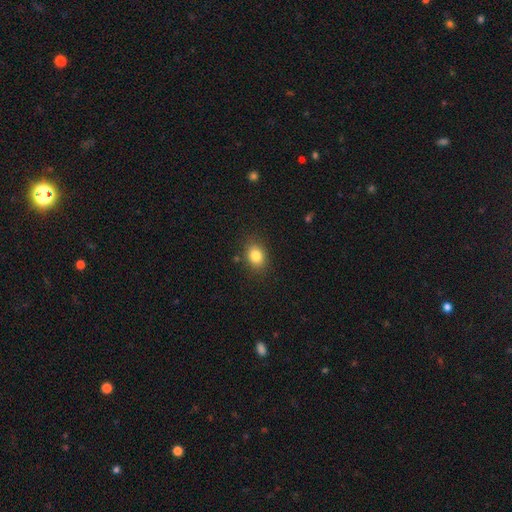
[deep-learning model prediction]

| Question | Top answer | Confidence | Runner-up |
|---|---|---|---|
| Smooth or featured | smooth | 83% | star or artifact (10%) |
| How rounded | in between | 58% | round (41%) |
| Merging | none | 84% | minor disturbance (11%) |